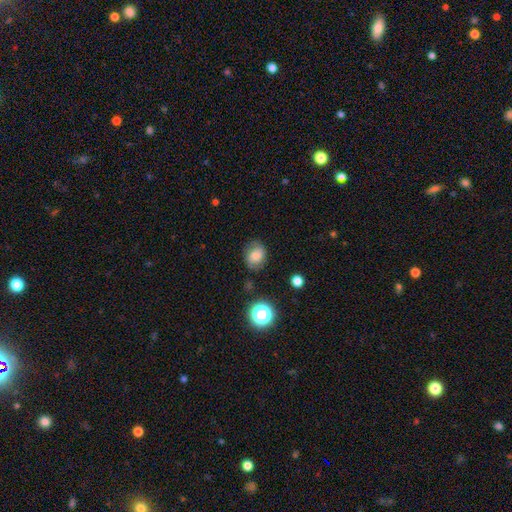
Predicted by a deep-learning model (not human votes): Smooth or featured: smooth — 70% (featured or disk — 18%)
How rounded: in between — 50% (round — 49%)
Merging: none — 72% (minor disturbance — 20%)